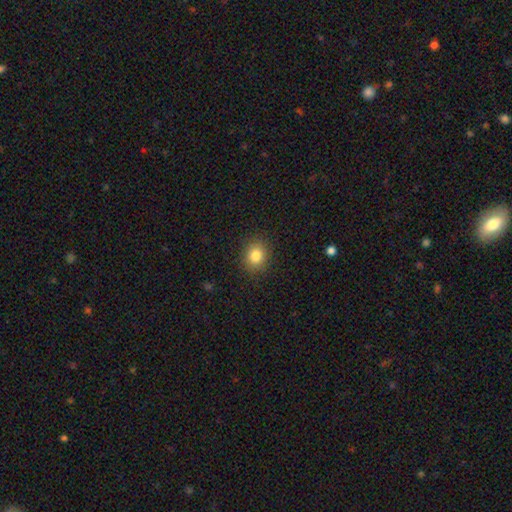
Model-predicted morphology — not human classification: smooth_or_featured: smooth (p=0.83) [alt: star or artifact p=0.10]
how_rounded: round (p=0.64) [alt: in between p=0.35]
merging: none (p=0.88) [alt: minor disturbance p=0.08]